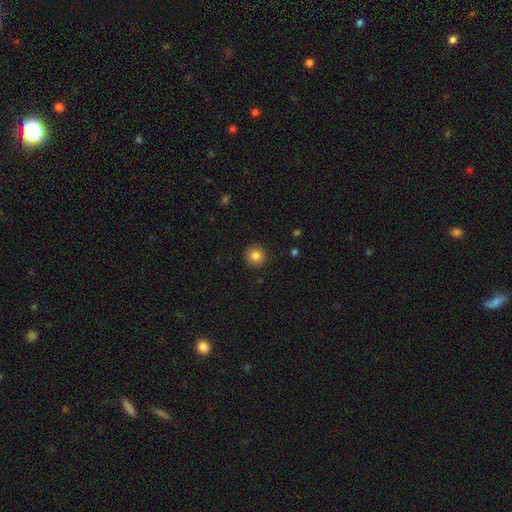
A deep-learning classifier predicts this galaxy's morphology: Smooth or featured?
  - smooth: 83% *
  - star or artifact: 11%
  - featured or disk: 6%
How rounded?
  - round: 95% *
  - in between: 4%
  - cigar-shaped: 1%
Merging?
  - none: 92% *
  - minor disturbance: 5%
  - major disturbance: 2%
  - merger: 1%